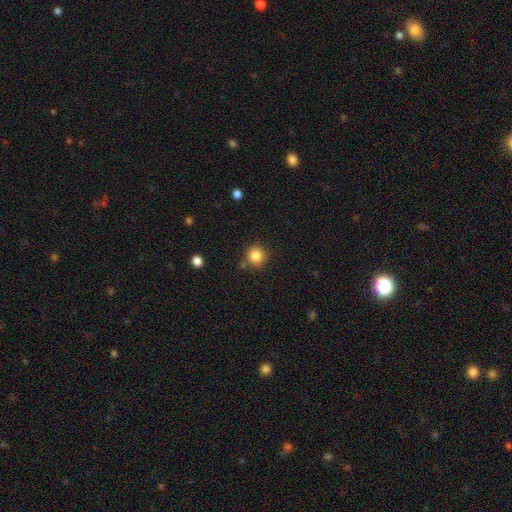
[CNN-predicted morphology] Smooth or featured?
  - smooth: 84% *
  - star or artifact: 11%
  - featured or disk: 5%
How rounded?
  - round: 93% *
  - in between: 6%
  - cigar-shaped: 1%
Merging?
  - none: 83% *
  - minor disturbance: 10%
  - merger: 5%
  - major disturbance: 3%